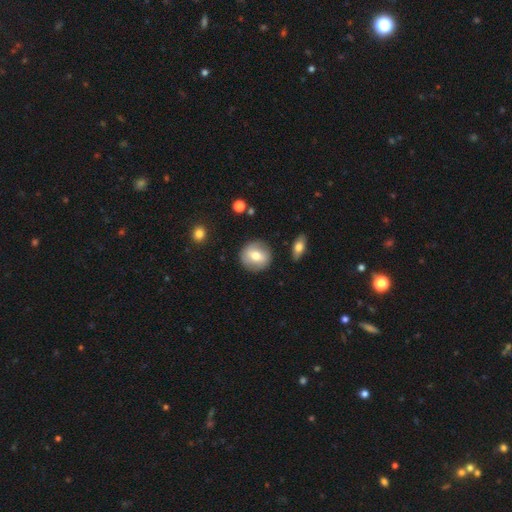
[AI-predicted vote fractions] Morphology: type=smooth (63%); roundness=round (91%); merging=none (86%).